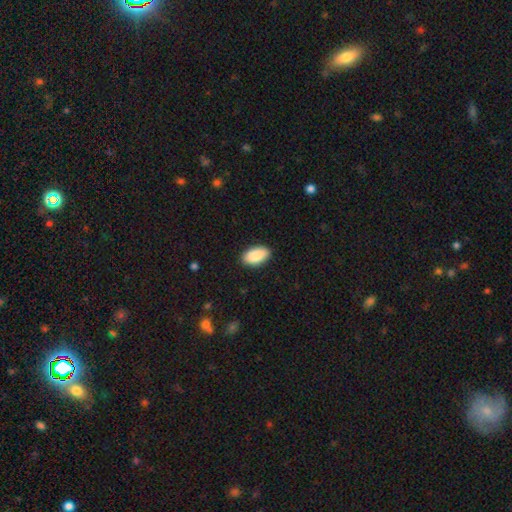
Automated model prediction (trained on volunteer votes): Overall: smooth (90%). How rounded: in between (95%). Merging: none (89%).